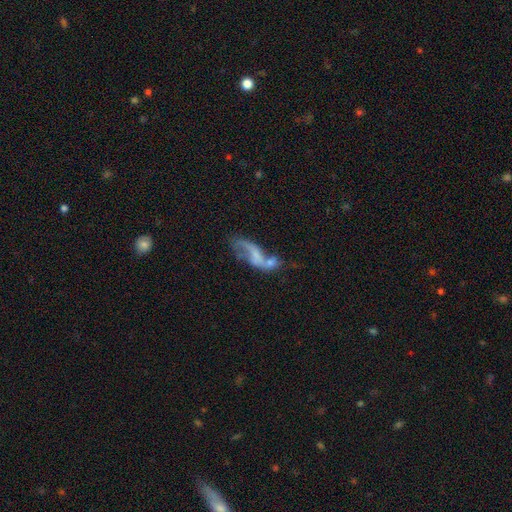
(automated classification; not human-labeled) Q: Smooth or featured?
A: featured or disk (61%); runner-up: smooth (29%)
Q: Edge-on disk?
A: no (93%); runner-up: yes (7%)
Q: Bar?
A: no (60%); runner-up: weak (30%)
Q: Spiral arms?
A: yes (63%); runner-up: no (37%)
Q: Bulge size?
A: none (54%); runner-up: small (27%)
Q: Merging?
A: merger (43%); runner-up: major disturbance (23%)